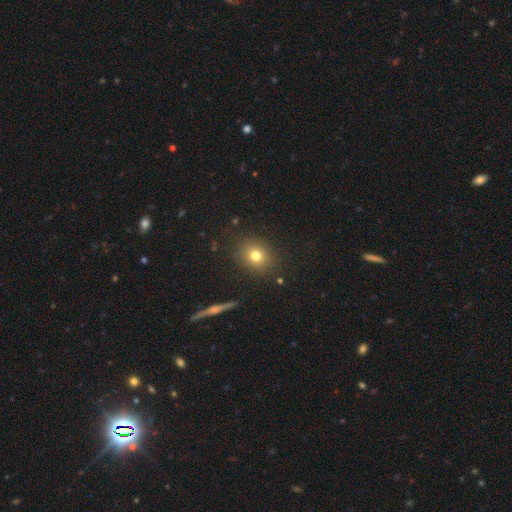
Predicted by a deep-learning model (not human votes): smooth 76%, star or artifact 14%, featured or disk 10%. Down the decision tree: how rounded — round (67%); merging — none (87%).